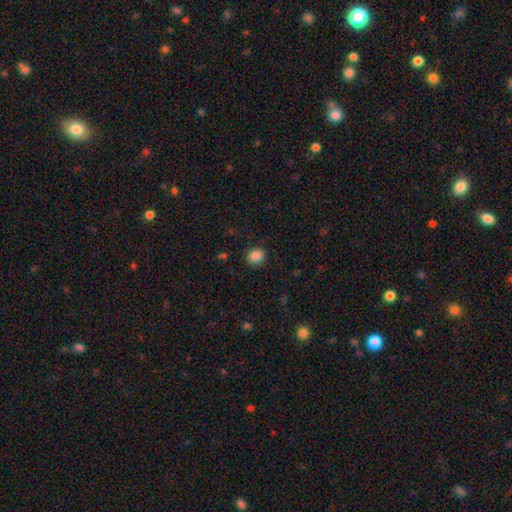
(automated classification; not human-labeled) Smooth or featured: smooth — 86% (star or artifact — 10%)
How rounded: round — 72% (in between — 27%)
Merging: none — 87% (minor disturbance — 9%)